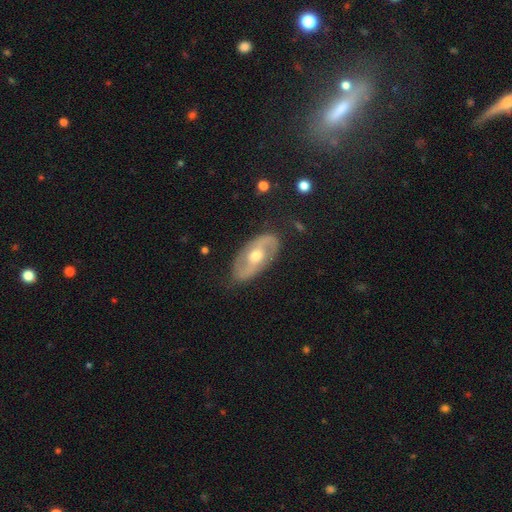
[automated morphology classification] smooth-or-featured: featured or disk: 74% | smooth: 20% | star or artifact: 6%
  disk-edge-on: no: 91% | yes: 9%
    bar: no: 44% | weak: 35% | strong: 20%
    has-spiral-arms: yes: 77% | no: 23%
      spiral-winding: medium: 41% | loose: 36% | tight: 23%
      spiral-arm-count: 2: 86% | can't tell: 9% | 1: 2% | 3: 1% | 4: 1% | more than 4: 1%
    bulge-size: moderate: 75% | small: 18% | large: 5% | none: 1% | dominant: 1%
  merging: none: 80% | minor disturbance: 15% | major disturbance: 4% | merger: 1%